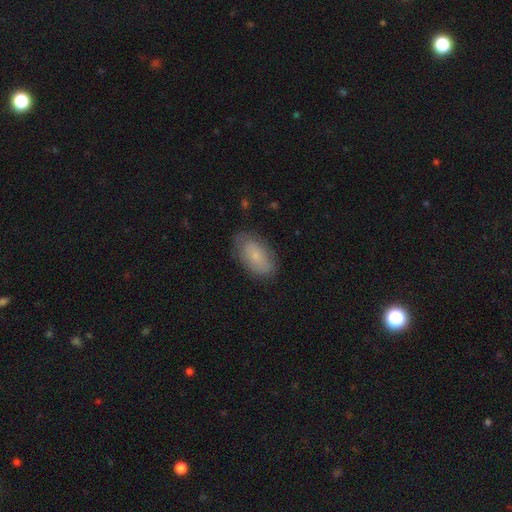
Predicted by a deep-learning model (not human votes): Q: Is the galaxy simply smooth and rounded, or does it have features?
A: smooth — 67%.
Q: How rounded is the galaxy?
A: in between — 92%.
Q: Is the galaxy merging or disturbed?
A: none — 77%.